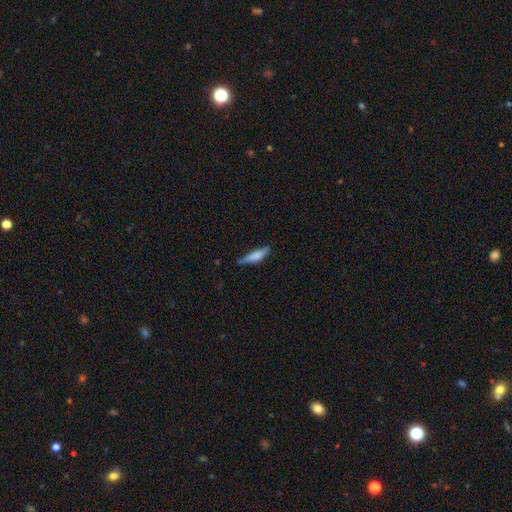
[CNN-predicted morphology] Smooth or featured?
  - smooth: 74% *
  - featured or disk: 19%
  - star or artifact: 6%
How rounded?
  - cigar-shaped: 76% *
  - in between: 23%
  - round: 2%
Merging?
  - none: 66% *
  - minor disturbance: 27%
  - major disturbance: 5%
  - merger: 2%